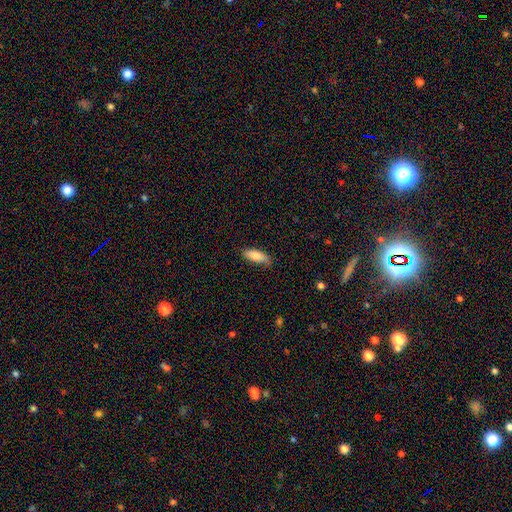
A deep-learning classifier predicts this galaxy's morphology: Smooth or featured? Predicted: smooth (p=0.81). How rounded? Predicted: in between (p=0.66). Merging? Predicted: none (p=0.74).